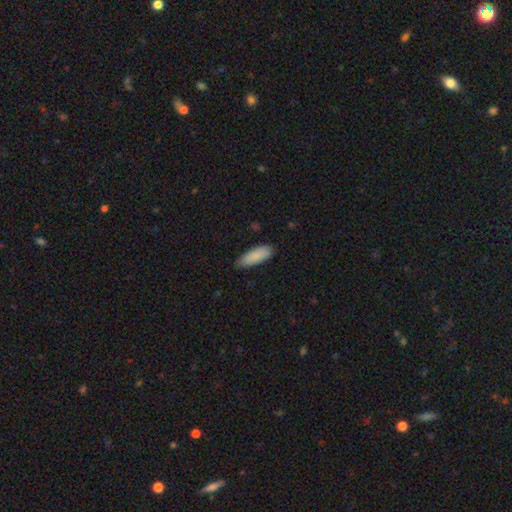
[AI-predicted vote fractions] smooth_or_featured: smooth (p=0.88) [alt: featured or disk p=0.07]
how_rounded: in between (p=0.63) [alt: cigar-shaped p=0.35]
merging: none (p=0.82) [alt: minor disturbance p=0.15]